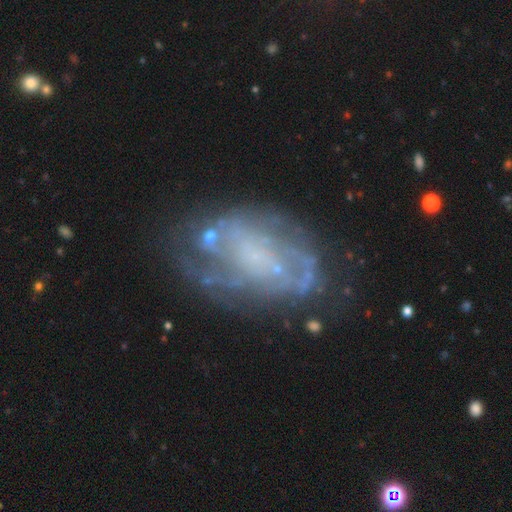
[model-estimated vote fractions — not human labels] Smooth or featured? Predicted: featured or disk (p=0.76). Edge-on disk? Predicted: no (p=0.96). Bar? Predicted: no (p=0.65). Spiral arms? Predicted: yes (p=0.71). Spiral winding? Predicted: tight (p=0.40). Spiral arm count? Predicted: can't tell (p=0.44). Bulge size? Predicted: none (p=0.54). Merging? Predicted: none (p=0.57).